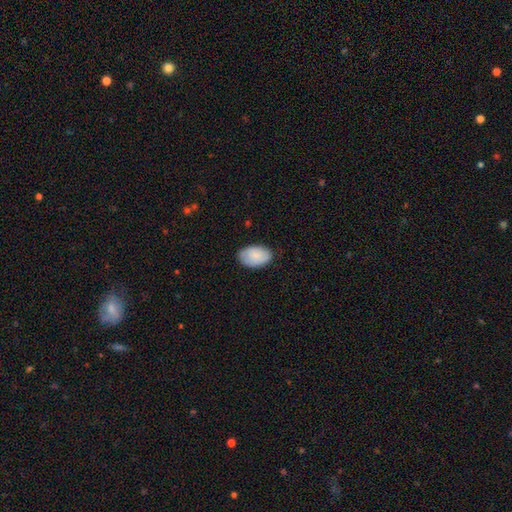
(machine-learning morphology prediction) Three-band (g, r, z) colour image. It shows a smooth galaxy with no disk features (82%) that is in between round and cigar-shaped (91%). Merging: none (80%).